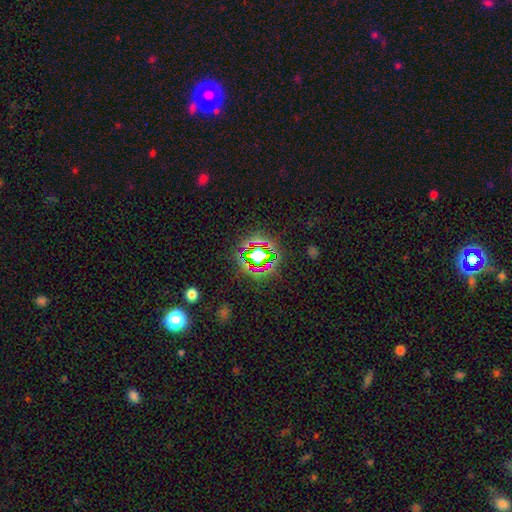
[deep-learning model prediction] A star or artifact, not a galaxy (70%).